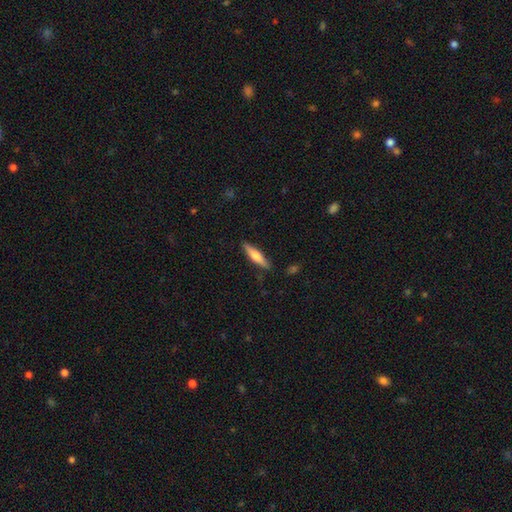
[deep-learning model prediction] Morphology: type=smooth (61%); roundness=cigar-shaped (79%); merging=none (86%).